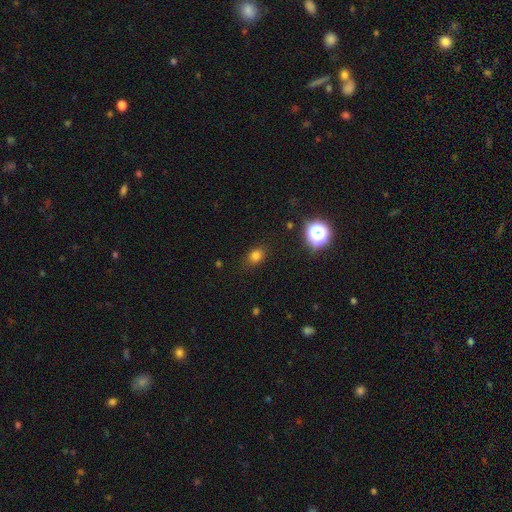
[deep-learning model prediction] The model was most divided on "how rounded": in between: 53%, round: 45%, cigar-shaped: 1%. More confident: merging — none (84%); smooth or featured — smooth (77%).